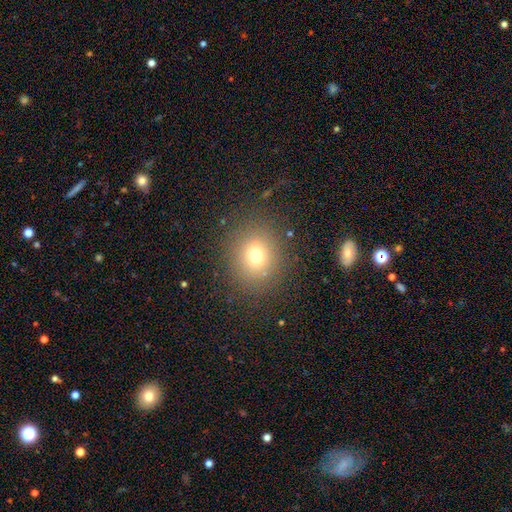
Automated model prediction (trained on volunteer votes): Q: Smooth or featured?
A: smooth (72%); runner-up: star or artifact (17%)
Q: How rounded?
A: round (74%); runner-up: in between (25%)
Q: Merging?
A: none (84%); runner-up: minor disturbance (9%)